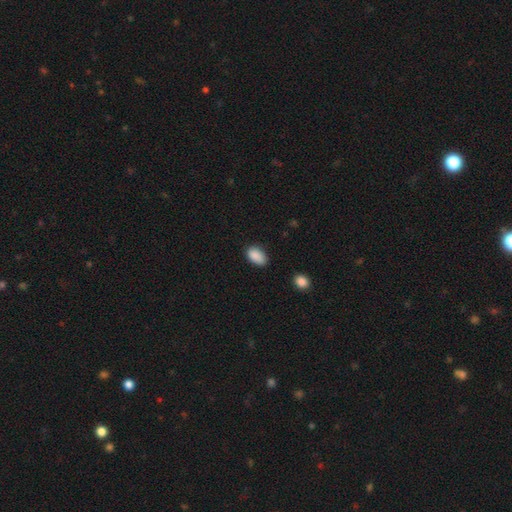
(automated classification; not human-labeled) Smooth or featured? Predicted: smooth (p=0.89). How rounded? Predicted: in between (p=0.91). Merging? Predicted: none (p=0.80).